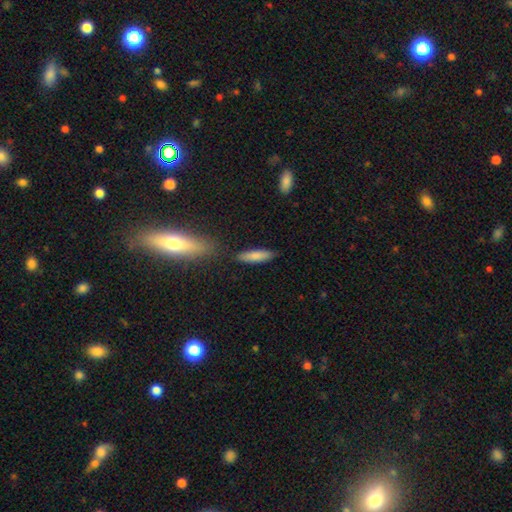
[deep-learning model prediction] Smooth or featured: smooth — 82% (featured or disk — 12%)
How rounded: cigar-shaped — 64% (in between — 34%)
Merging: none — 82% (minor disturbance — 11%)